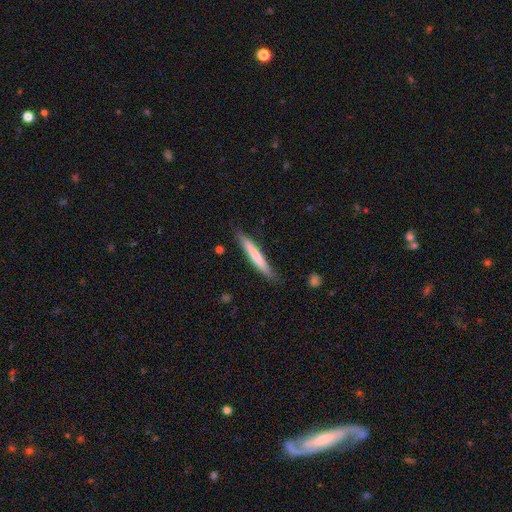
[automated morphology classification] Smooth or featured: smooth — 68% (featured or disk — 27%)
How rounded: cigar-shaped — 95% (in between — 4%)
Merging: none — 84% (minor disturbance — 12%)